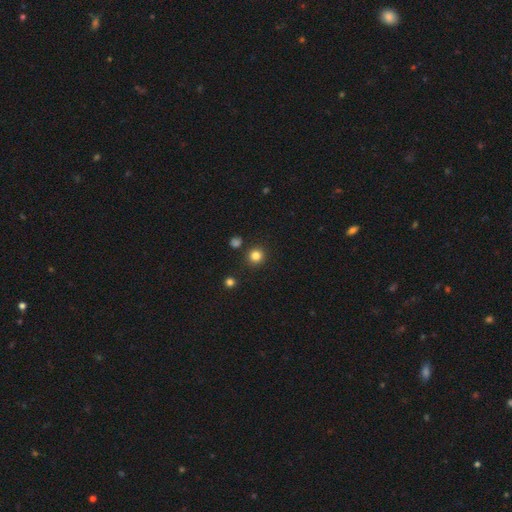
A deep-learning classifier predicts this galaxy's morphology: Overall: smooth (83%). How rounded: round (94%). Merging: none (90%).